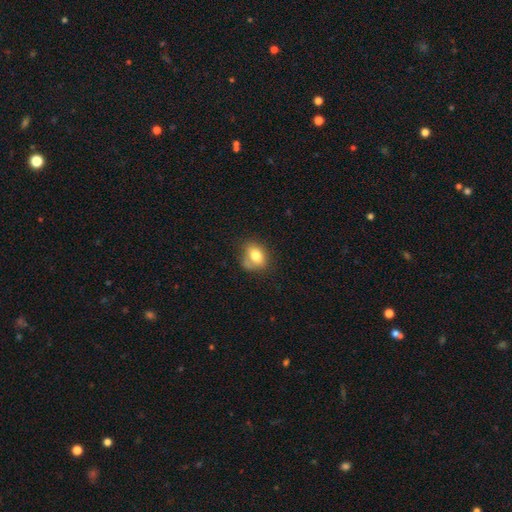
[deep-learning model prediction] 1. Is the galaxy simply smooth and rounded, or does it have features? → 77% smooth, 14% featured or disk, 10% star or artifact.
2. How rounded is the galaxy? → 62% in between, 36% round, 2% cigar-shaped.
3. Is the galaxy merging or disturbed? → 53% none, 28% minor disturbance, 11% major disturbance, 9% merger.